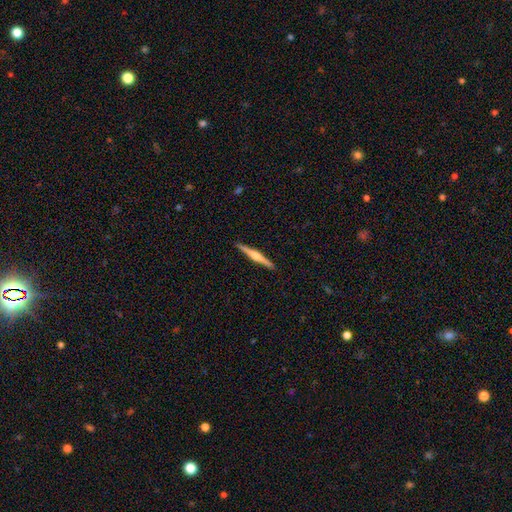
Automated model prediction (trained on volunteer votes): Smooth or featured? Predicted: featured or disk (p=0.74). Edge-on disk? Predicted: yes (p=0.98). Edge-on bulge? Predicted: rounded (p=0.82). Merging? Predicted: none (p=0.92).